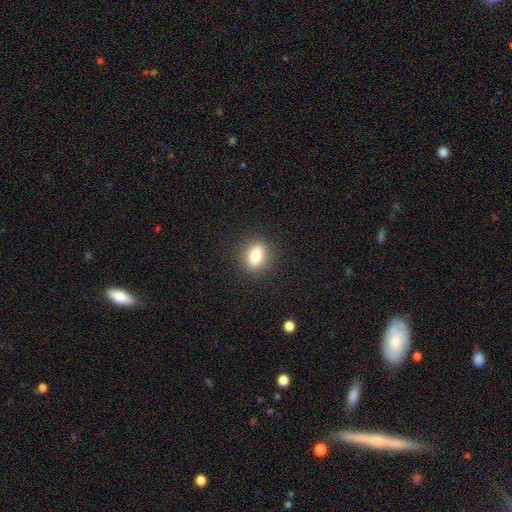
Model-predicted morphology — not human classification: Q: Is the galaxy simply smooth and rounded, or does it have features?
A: smooth — 79%.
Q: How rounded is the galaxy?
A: in between — 65%.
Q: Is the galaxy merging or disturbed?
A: none — 88%.